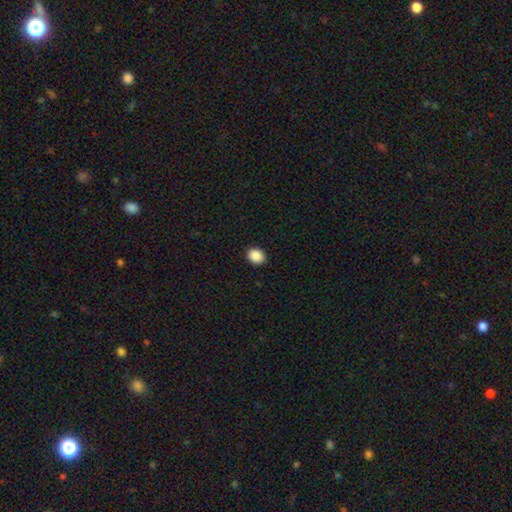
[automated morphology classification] This is clearly a smooth galaxy (89%). How rounded: likely round (66%). Merging: clearly none (92%).